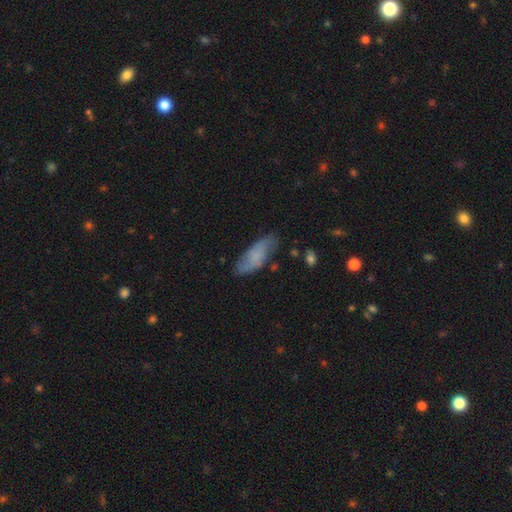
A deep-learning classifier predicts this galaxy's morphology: Overall: smooth (59%; featured or disk 34%). How rounded: in between (74%). Merging: none (70%).